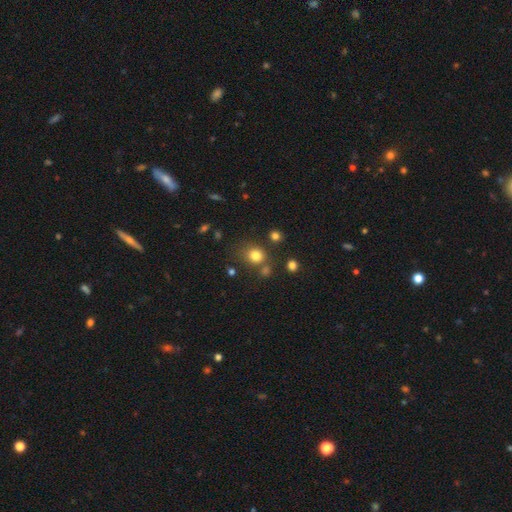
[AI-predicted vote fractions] smooth 78%, star or artifact 15%, featured or disk 7%. Down the decision tree: how rounded — round (80%); merging — none (69%).